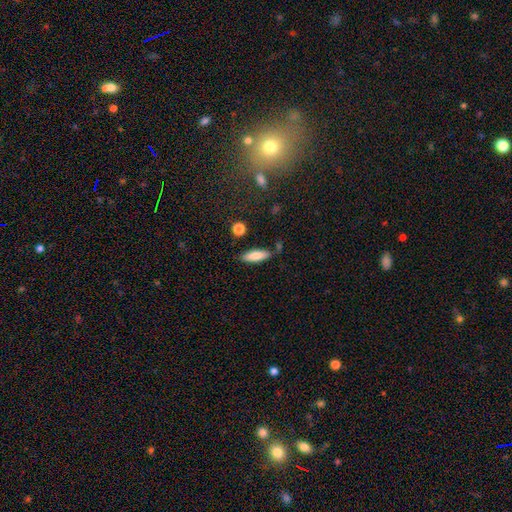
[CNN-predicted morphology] The model was most divided on "how rounded": cigar-shaped: 50%, in between: 48%, round: 2%. More confident: merging — none (80%); smooth or featured — smooth (80%).